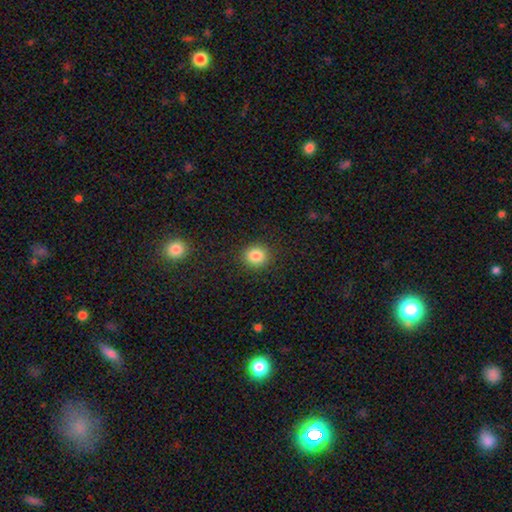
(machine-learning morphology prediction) smooth_or_featured: smooth (p=0.84) [alt: star or artifact p=0.11]
how_rounded: round (p=0.85) [alt: in between p=0.14]
merging: none (p=0.90) [alt: minor disturbance p=0.07]